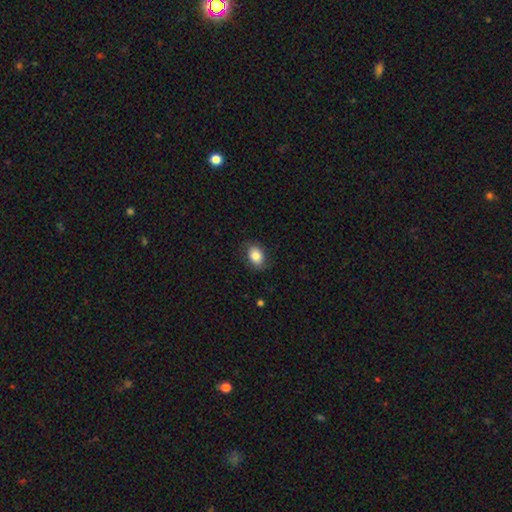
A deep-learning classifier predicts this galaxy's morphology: type=smooth (83%); roundness=in between (76%); merging=none (81%).